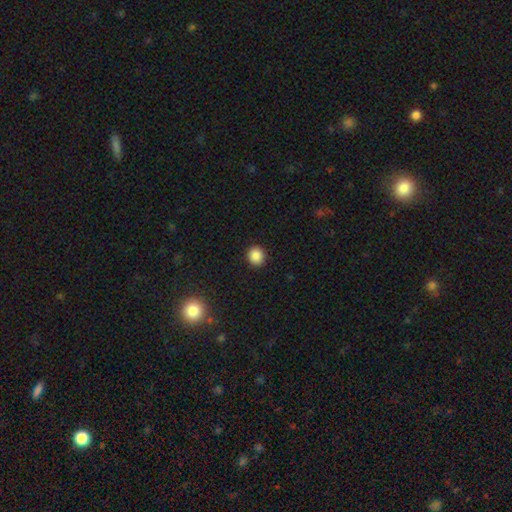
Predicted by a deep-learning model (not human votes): Smooth or featured: smooth — 87% (star or artifact — 10%)
How rounded: round — 83% (in between — 16%)
Merging: none — 92% (minor disturbance — 5%)